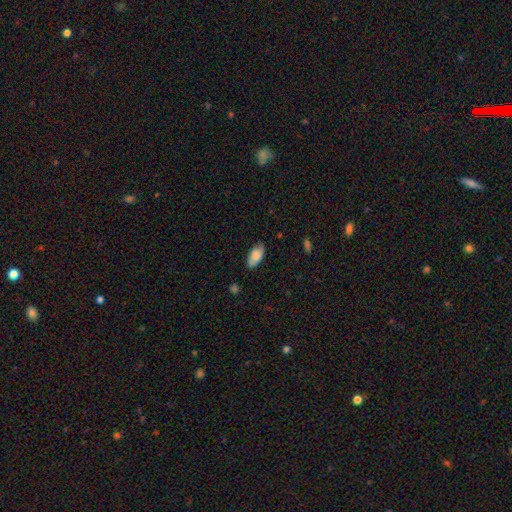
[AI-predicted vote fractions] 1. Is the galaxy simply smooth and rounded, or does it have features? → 79% smooth, 14% featured or disk, 7% star or artifact.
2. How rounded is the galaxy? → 92% in between, 6% cigar-shaped, 2% round.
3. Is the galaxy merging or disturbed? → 81% none, 15% minor disturbance, 3% major disturbance, 1% merger.